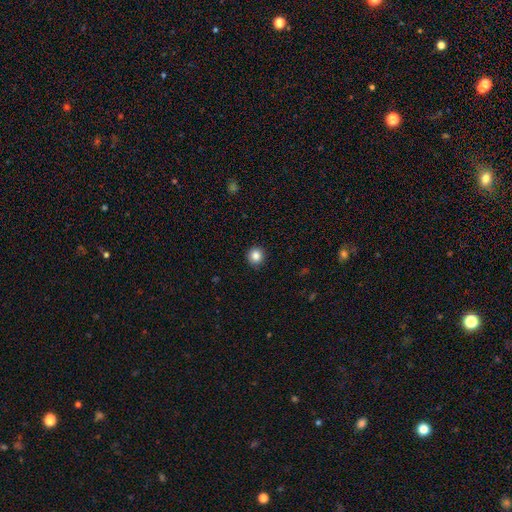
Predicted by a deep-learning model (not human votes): smooth-or-featured: smooth: 85% | star or artifact: 10% | featured or disk: 5%
  how-rounded: round: 93% | in between: 6% | cigar-shaped: 1%
  merging: none: 92% | minor disturbance: 6% | major disturbance: 2% | merger: 1%